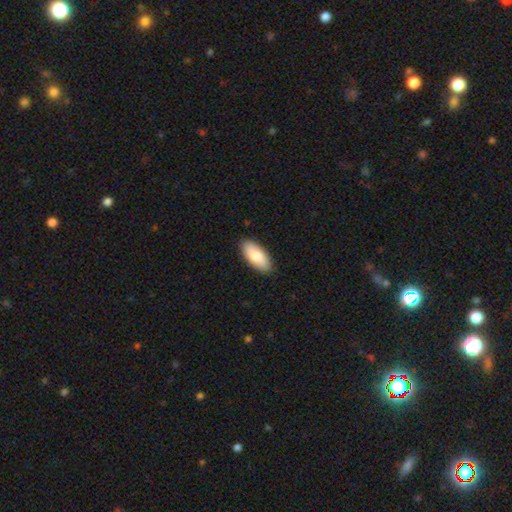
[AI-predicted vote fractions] smooth_or_featured: smooth (p=0.79) [alt: featured or disk p=0.16]
how_rounded: in between (p=0.89) [alt: cigar-shaped p=0.09]
merging: none (p=0.89) [alt: minor disturbance p=0.09]